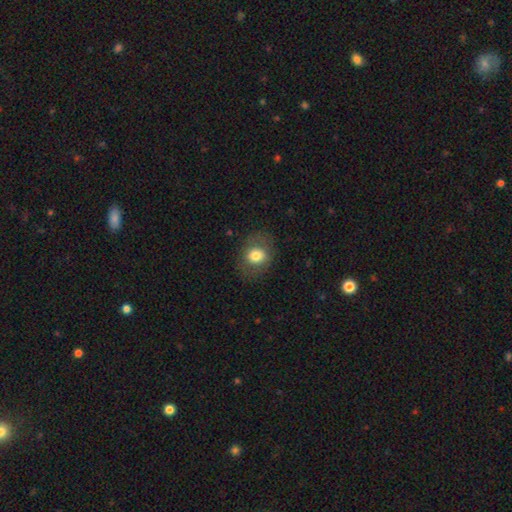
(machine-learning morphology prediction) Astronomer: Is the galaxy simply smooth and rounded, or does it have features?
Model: smooth — 76%.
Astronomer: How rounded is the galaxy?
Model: round — 57% (runner-up: in between, 42%).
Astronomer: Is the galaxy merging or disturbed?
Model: none — 80%.